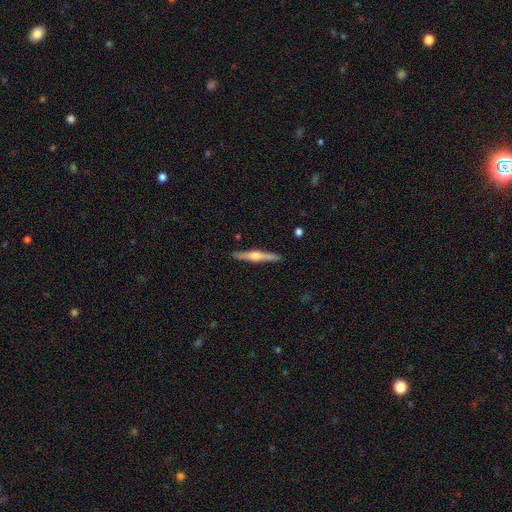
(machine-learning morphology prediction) smooth_or_featured: featured or disk (p=0.65) [alt: smooth p=0.30]
disk_edge_on: yes (p=0.98) [alt: no p=0.02]
edge_on_bulge: rounded (p=0.87) [alt: boxy p=0.08]
merging: none (p=0.90) [alt: minor disturbance p=0.07]